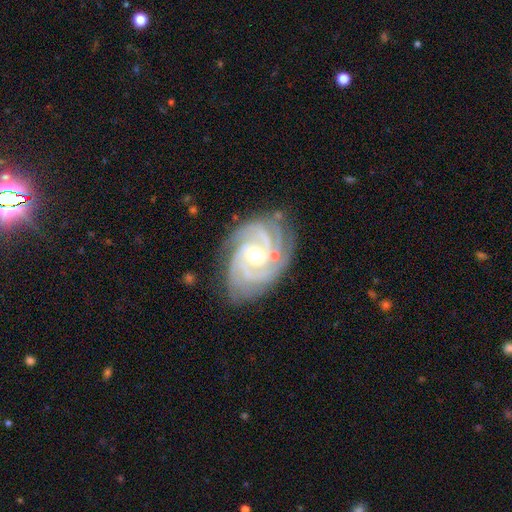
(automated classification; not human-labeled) A featured or disk galaxy (92%) with no bar (62%), 3 (41%) tight (69%) spiral arms (98%) and a moderate central bulge (58%).

Vote fractions:
- Smooth or featured? featured or disk: 92% / star or artifact: 5% / smooth: 4%
- Edge-on disk? no: 97% / yes: 3%
- Bar? no: 62% / weak: 29% / strong: 9%
- Spiral arms? yes: 98% / no: 2%
- Spiral winding? tight: 69% / medium: 28% / loose: 3%
- Spiral arm count? 3: 41% / 4: 29% / can't tell: 10% / 2: 9% / more than 4: 6% / 1: 5%
- Bulge size? moderate: 58% / small: 38% / large: 3% / none: 1% / dominant: 1%
- Merging? none: 78% / minor disturbance: 16% / major disturbance: 4% / merger: 2%